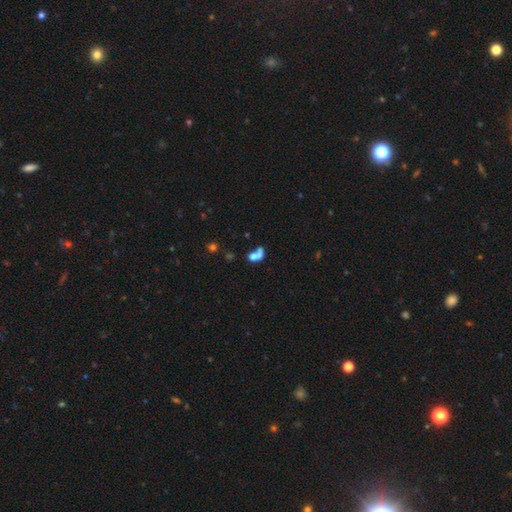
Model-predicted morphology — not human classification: This appears to be a smooth galaxy with no disk features (63%) that is in between round and cigar-shaped (63%). Merging: merger (61%).